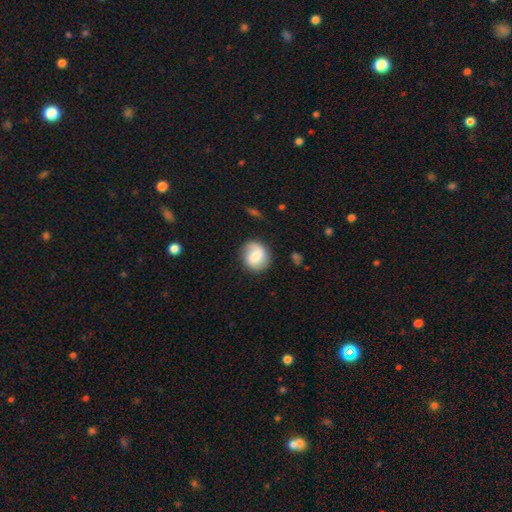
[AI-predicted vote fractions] The model was most divided on "smooth or featured" (2-way tie): featured or disk: 46%, smooth: 46%, star or artifact: 7%. More confident: merging — none (78%).